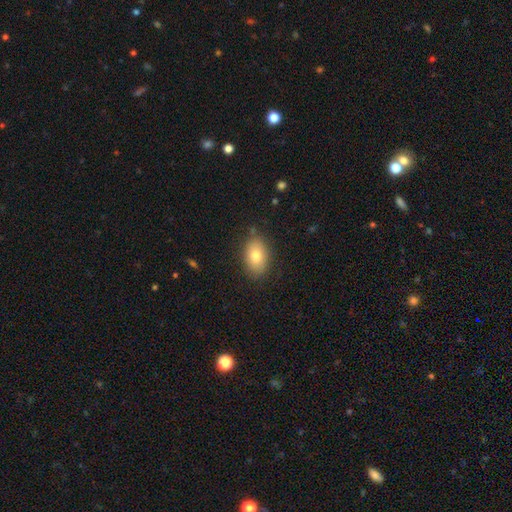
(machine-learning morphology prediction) Smooth or featured: smooth — 77% (featured or disk — 14%)
How rounded: in between — 87% (round — 11%)
Merging: none — 85% (minor disturbance — 11%)